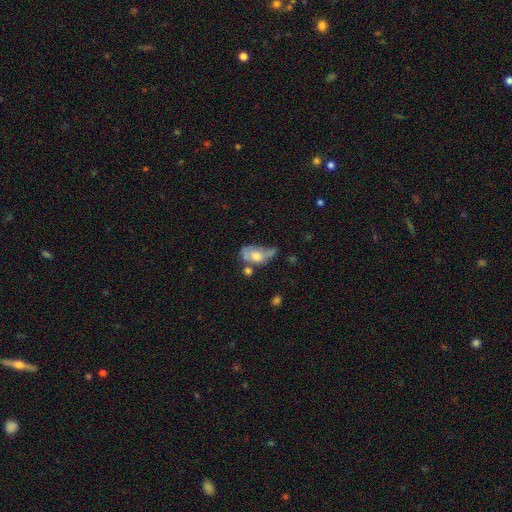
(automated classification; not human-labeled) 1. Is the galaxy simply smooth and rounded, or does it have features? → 54% smooth, 37% featured or disk, 9% star or artifact.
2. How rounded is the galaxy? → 85% in between, 12% round, 3% cigar-shaped.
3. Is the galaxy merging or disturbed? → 29% major disturbance, 26% merger, 25% minor disturbance, 21% none.